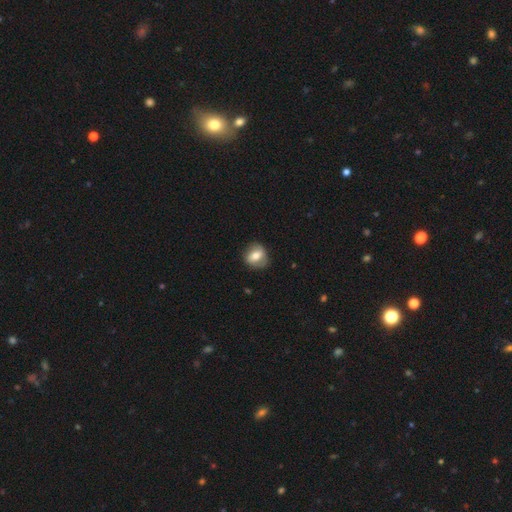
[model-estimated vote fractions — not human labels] smooth 62%, featured or disk 31%, star or artifact 8%. Down the decision tree: how rounded — round (67%); merging — none (78%).